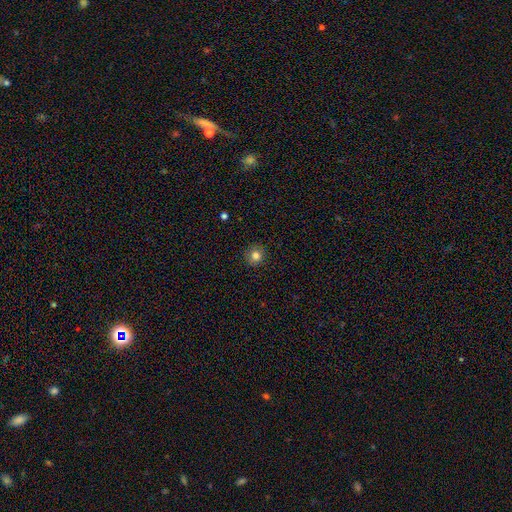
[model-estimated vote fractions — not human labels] smooth_or_featured: smooth (p=0.82) [alt: star or artifact p=0.12]
how_rounded: round (p=0.91) [alt: in between p=0.08]
merging: none (p=0.90) [alt: minor disturbance p=0.07]